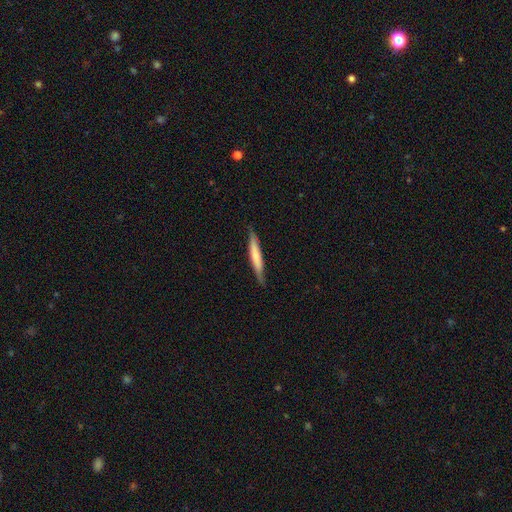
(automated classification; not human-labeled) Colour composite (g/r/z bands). It shows a smooth galaxy with no disk features (61%) that is cigar-shaped (94%). Merging: none (85%).